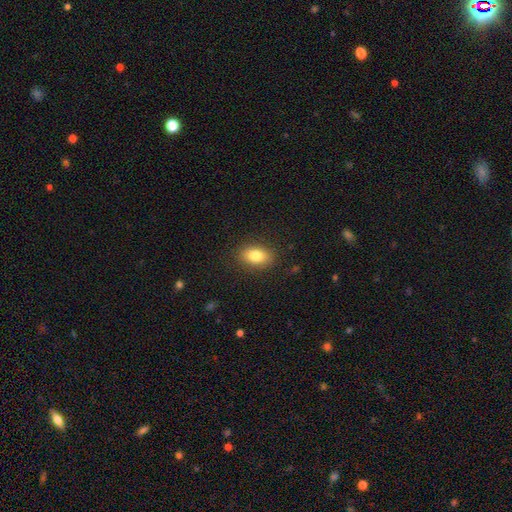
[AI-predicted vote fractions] Q: Smooth or featured?
A: smooth (81%); runner-up: featured or disk (10%)
Q: How rounded?
A: in between (82%); runner-up: round (16%)
Q: Merging?
A: none (86%); runner-up: minor disturbance (10%)